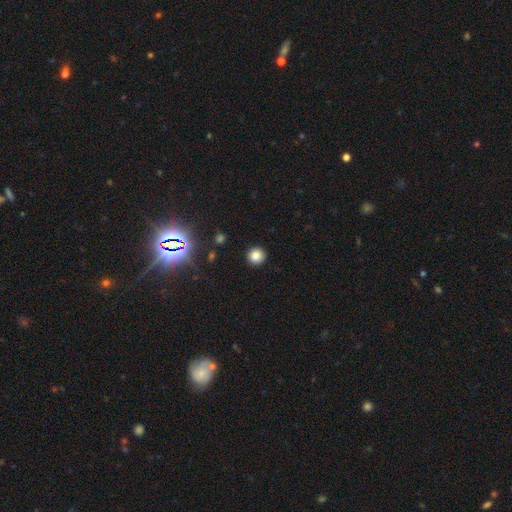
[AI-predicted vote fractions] smooth 82%, star or artifact 13%, featured or disk 4%. Down the decision tree: how rounded — round (94%); merging — none (92%).